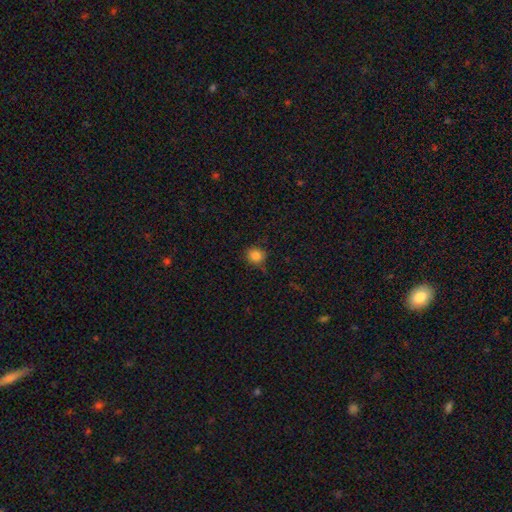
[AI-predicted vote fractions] Smooth or featured? smooth (83%)
How rounded? round (86%)
Merging? none (79%)